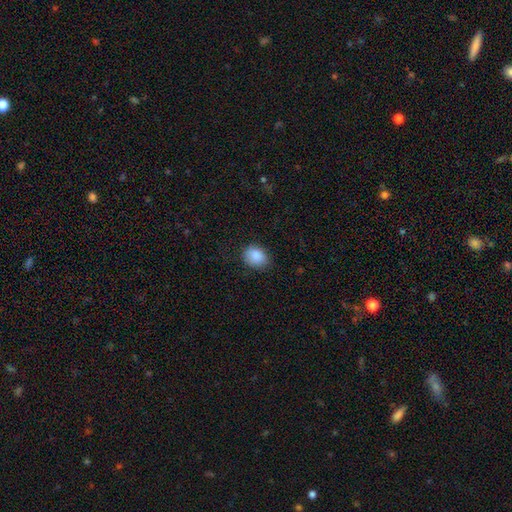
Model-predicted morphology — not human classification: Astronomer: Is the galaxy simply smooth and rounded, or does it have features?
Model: smooth — 88%.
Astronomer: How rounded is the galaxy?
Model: in between — 53% (runner-up: round, 46%).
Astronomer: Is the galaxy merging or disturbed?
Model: none — 80%.